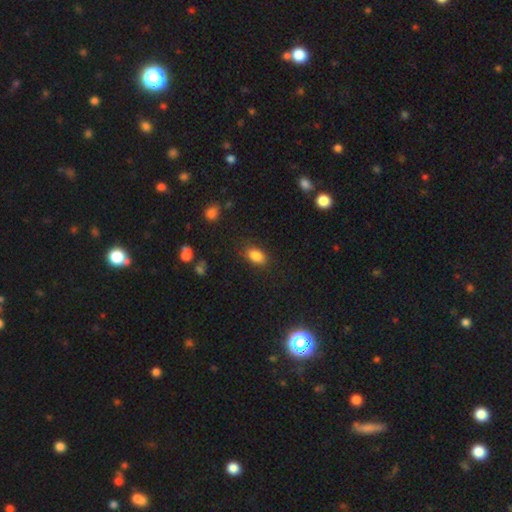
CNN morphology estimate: smooth_or_featured: smooth (p=0.85) [alt: star or artifact p=0.09]
how_rounded: in between (p=0.86) [alt: round p=0.12]
merging: none (p=0.83) [alt: minor disturbance p=0.12]